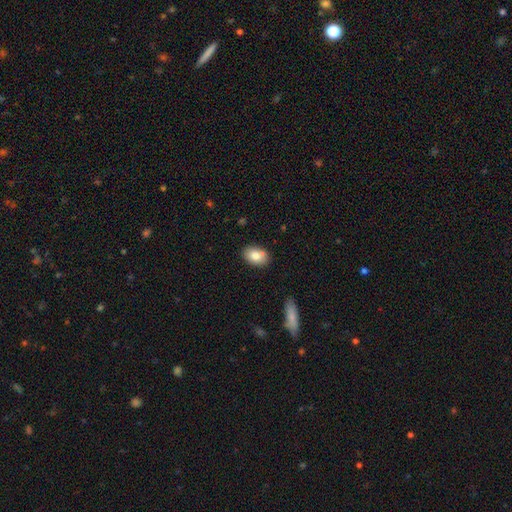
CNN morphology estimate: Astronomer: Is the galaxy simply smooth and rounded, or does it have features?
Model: smooth — 80%.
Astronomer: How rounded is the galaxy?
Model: in between — 83%.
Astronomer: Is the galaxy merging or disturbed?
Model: none — 76%.